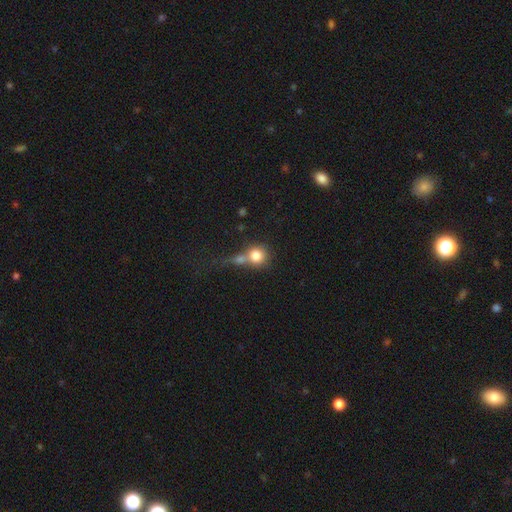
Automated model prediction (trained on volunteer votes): smooth_or_featured: smooth (p=0.78) [alt: featured or disk p=0.12]
how_rounded: round (p=0.87) [alt: in between p=0.12]
merging: merger (p=0.46) [alt: none p=0.35]